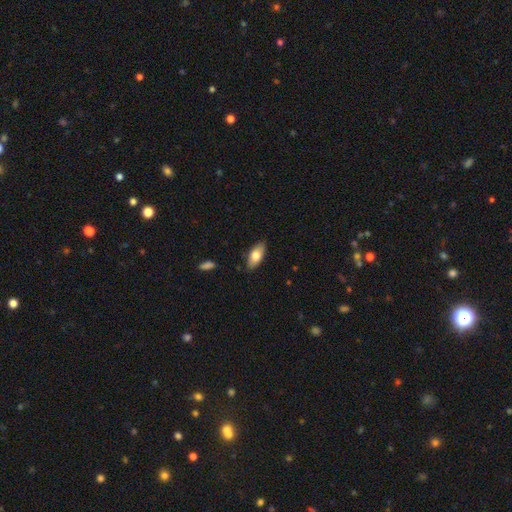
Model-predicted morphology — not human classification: A smooth galaxy with no disk features (75%) that is in between round and cigar-shaped (88%).

Vote fractions:
- Smooth or featured? smooth: 75% / featured or disk: 19% / star or artifact: 6%
- How rounded? in between: 88% / cigar-shaped: 10% / round: 3%
- Merging? none: 86% / minor disturbance: 11% / major disturbance: 2% / merger: 1%